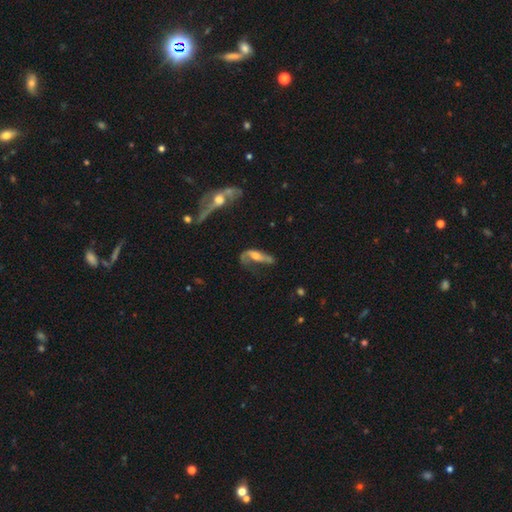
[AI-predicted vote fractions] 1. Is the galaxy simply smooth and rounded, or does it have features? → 62% featured or disk, 30% smooth, 8% star or artifact.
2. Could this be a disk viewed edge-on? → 73% no, 27% yes.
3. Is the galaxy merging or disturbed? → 36% major disturbance, 31% none, 23% minor disturbance, 11% merger.